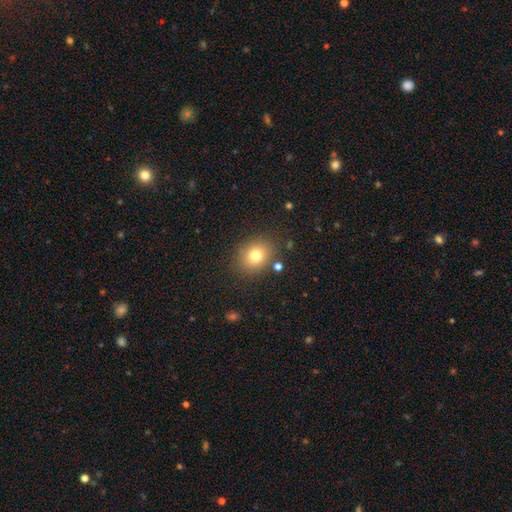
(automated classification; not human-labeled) Smooth or featured?
  - smooth: 77% *
  - star or artifact: 13%
  - featured or disk: 11%
How rounded?
  - round: 63% *
  - in between: 37%
  - cigar-shaped: 1%
Merging?
  - none: 83% *
  - minor disturbance: 10%
  - major disturbance: 4%
  - merger: 3%